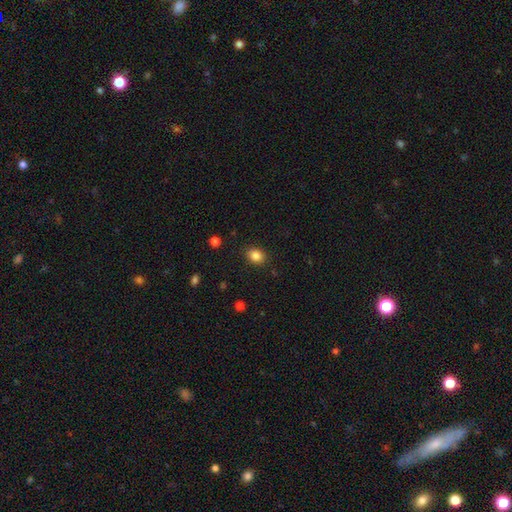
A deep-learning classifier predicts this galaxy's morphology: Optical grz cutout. It shows a smooth galaxy with no disk features (85%) that is in between round and cigar-shaped (57%). Merging: none (88%).